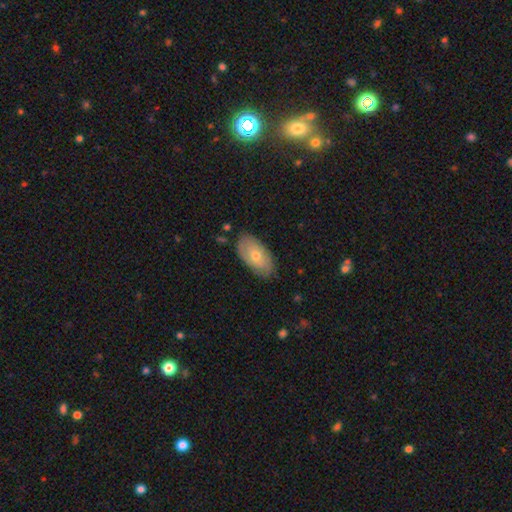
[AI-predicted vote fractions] Smooth or featured? Predicted: smooth (p=0.61). How rounded? Predicted: in between (p=0.93). Merging? Predicted: none (p=0.79).